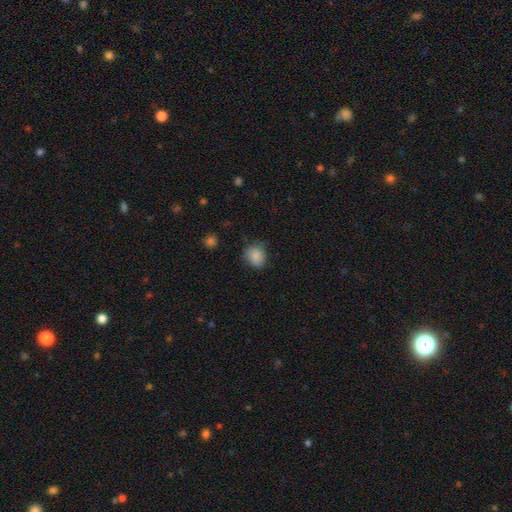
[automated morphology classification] The model was most divided on "how rounded": round: 70%, in between: 29%, cigar-shaped: 1%. More confident: smooth or featured — smooth (86%); merging — none (72%).